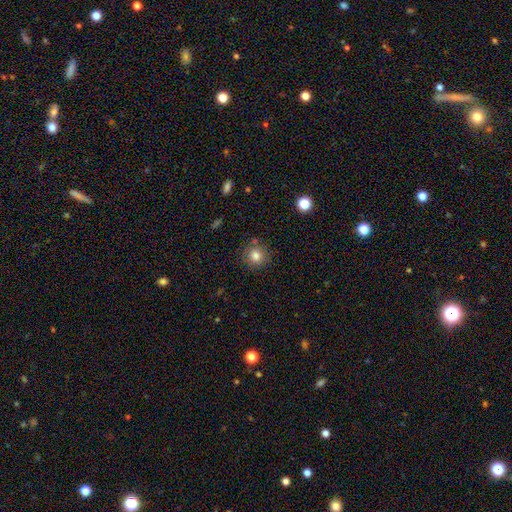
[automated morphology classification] A smooth galaxy with no disk features (82%) that is round (91%). Merging: none (83%).